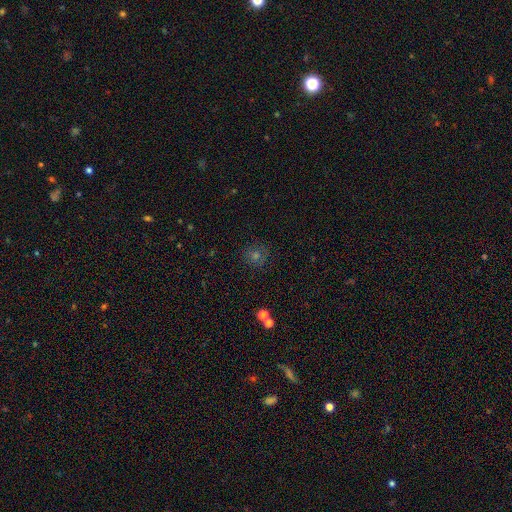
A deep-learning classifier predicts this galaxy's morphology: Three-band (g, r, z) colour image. It shows a smooth galaxy with no disk features (54%) that is round (91%). Merging: none (84%).